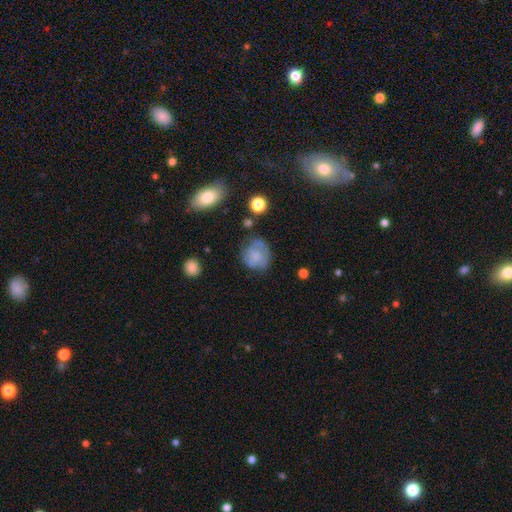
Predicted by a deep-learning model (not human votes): The model was most divided on "smooth or featured": smooth: 52%, featured or disk: 38%, star or artifact: 10%. More confident: how rounded — round (73%); merging — none (58%).